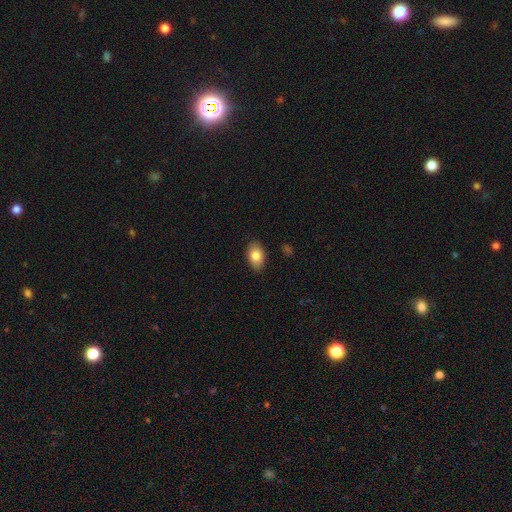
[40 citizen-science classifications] smooth-or-featured: smooth: 80% | featured or disk: 12% | star or artifact: 8%
  how-rounded: in between: 97% | round: 3% | cigar-shaped: 0%
  merging: none: 89% | minor disturbance: 8% | major disturbance: 3% | merger: 0%